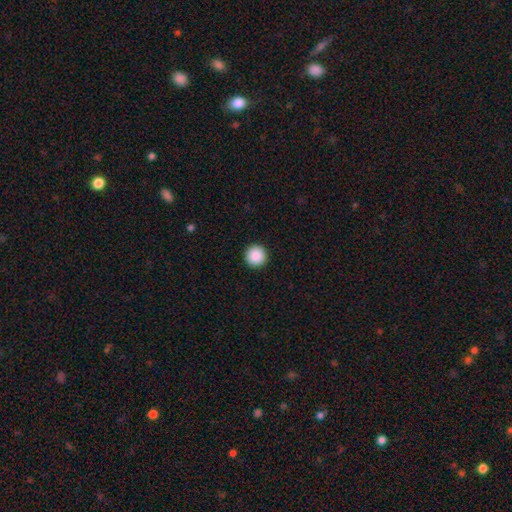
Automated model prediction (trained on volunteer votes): Q: Smooth or featured?
A: smooth (90%); runner-up: star or artifact (8%)
Q: How rounded?
A: round (96%); runner-up: in between (3%)
Q: Merging?
A: none (94%); runner-up: minor disturbance (4%)